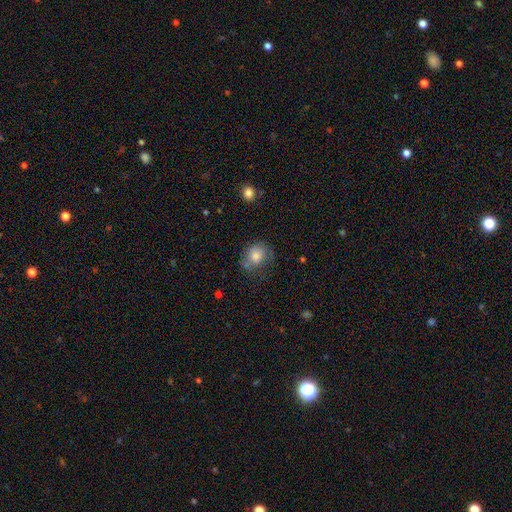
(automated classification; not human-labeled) A smooth galaxy with no disk features (72%) that is round (67%). Merging: none (56%).